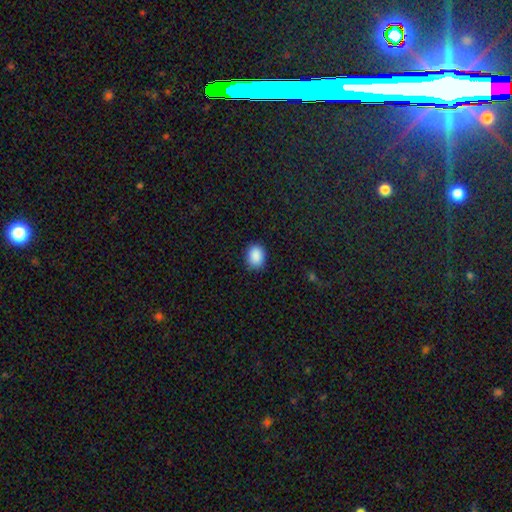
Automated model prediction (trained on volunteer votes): Smooth or featured?
  - smooth: 90% *
  - star or artifact: 8%
  - featured or disk: 3%
How rounded?
  - in between: 59% *
  - round: 40%
  - cigar-shaped: 1%
Merging?
  - none: 87% *
  - minor disturbance: 10%
  - major disturbance: 2%
  - merger: 1%